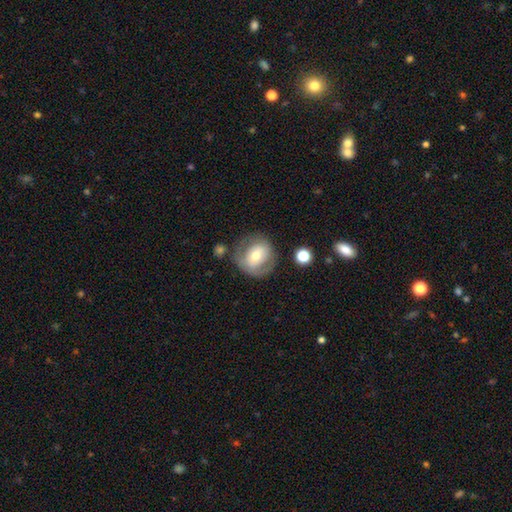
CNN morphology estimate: smooth-or-featured: smooth: 47% | featured or disk: 46% | star or artifact: 7%
  merging: none: 68% | minor disturbance: 18% | major disturbance: 10% | merger: 4%